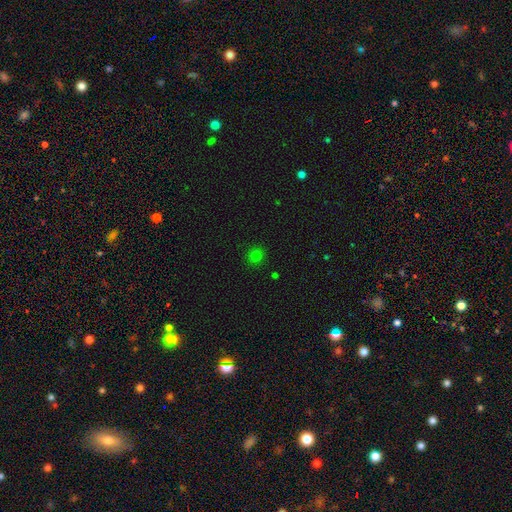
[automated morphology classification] This is likely a smooth galaxy (76%). How rounded: clearly round (88%). Merging: clearly none (90%).